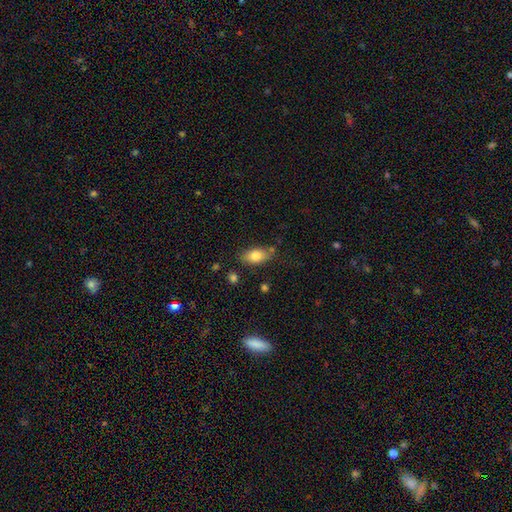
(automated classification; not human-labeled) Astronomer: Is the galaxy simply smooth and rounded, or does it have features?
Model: smooth — 81%.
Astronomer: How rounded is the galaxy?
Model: in between — 89%.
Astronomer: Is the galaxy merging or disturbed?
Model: none — 76%.